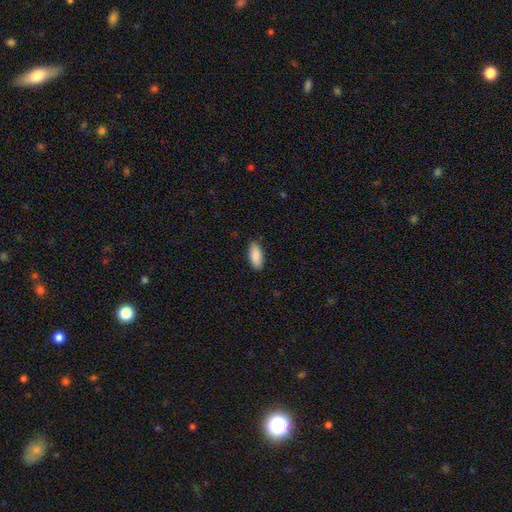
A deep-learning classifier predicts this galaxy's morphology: Smooth or featured? Predicted: smooth (p=0.90). How rounded? Predicted: in between (p=0.85). Merging? Predicted: none (p=0.88).